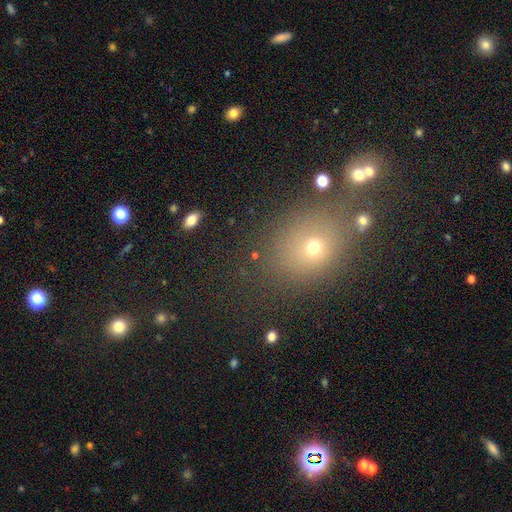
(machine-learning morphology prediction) Smooth or featured? smooth (58%)
How rounded? round (59%)
Merging? none (74%)